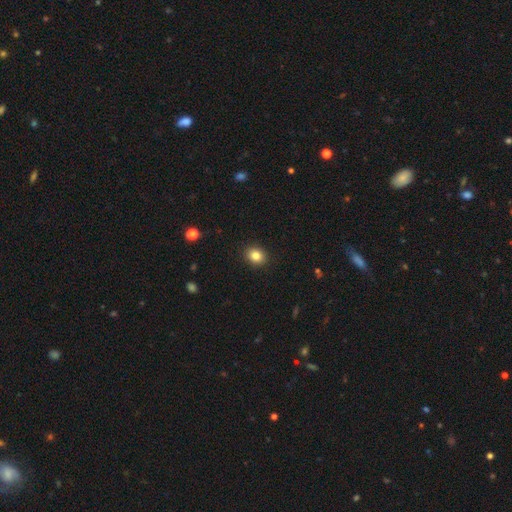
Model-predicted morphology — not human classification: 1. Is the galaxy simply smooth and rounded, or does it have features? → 83% smooth, 11% star or artifact, 6% featured or disk.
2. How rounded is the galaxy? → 61% round, 38% in between, 1% cigar-shaped.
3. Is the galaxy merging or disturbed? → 91% none, 6% minor disturbance, 2% major disturbance, 1% merger.